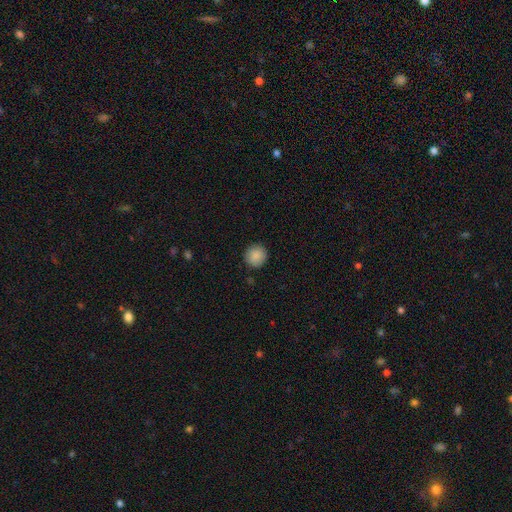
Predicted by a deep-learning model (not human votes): smooth-or-featured: smooth: 88% | star or artifact: 8% | featured or disk: 4%
  how-rounded: round: 92% | in between: 7% | cigar-shaped: 1%
  merging: none: 89% | minor disturbance: 8% | major disturbance: 2% | merger: 1%